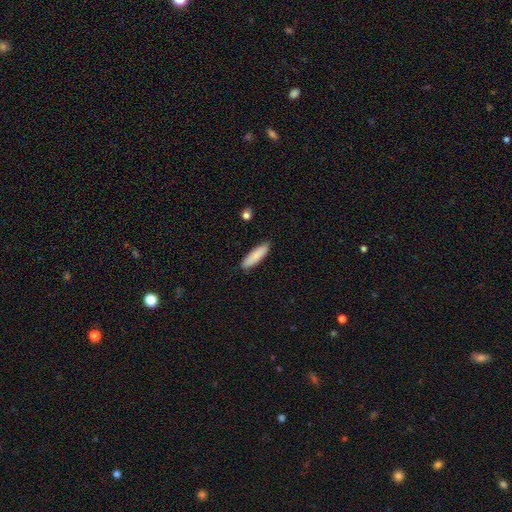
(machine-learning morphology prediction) This is clearly a smooth galaxy (86%). How rounded: likely cigar-shaped (64%). Merging: clearly none (87%).